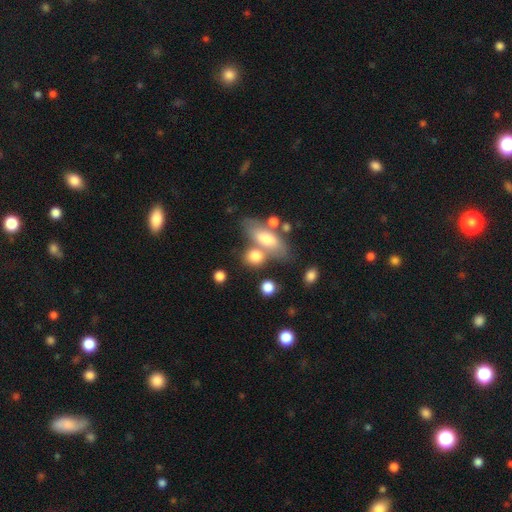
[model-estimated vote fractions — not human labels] Smooth or featured?
  - smooth: 72% *
  - featured or disk: 19%
  - star or artifact: 8%
How rounded?
  - in between: 63% *
  - round: 25%
  - cigar-shaped: 12%
Merging?
  - none: 47% *
  - merger: 33%
  - minor disturbance: 14%
  - major disturbance: 7%